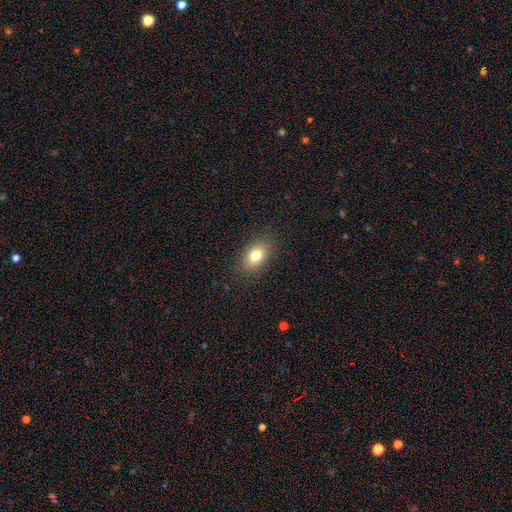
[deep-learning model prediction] This appears to be a smooth galaxy with no disk features (79%) that is in between round and cigar-shaped (83%). Merging: none (87%).